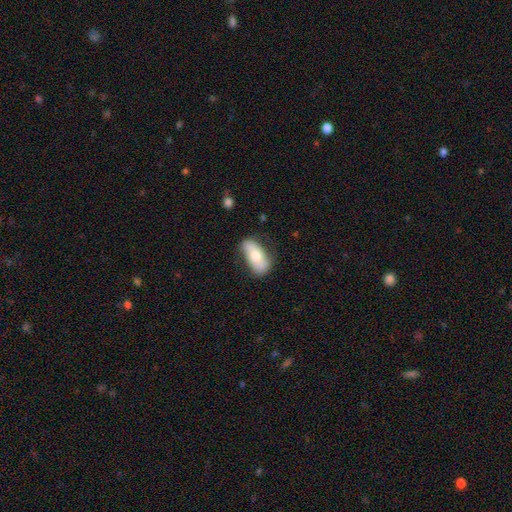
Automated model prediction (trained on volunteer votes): The model was most divided on "smooth or featured": smooth: 66%, featured or disk: 28%, star or artifact: 6%. More confident: how rounded — in between (88%); merging — none (67%).